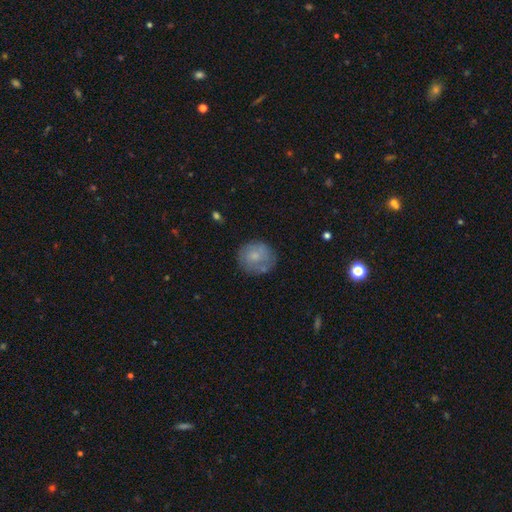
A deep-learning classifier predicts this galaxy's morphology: type=smooth (60%); roundness=round (84%); merging=none (72%).